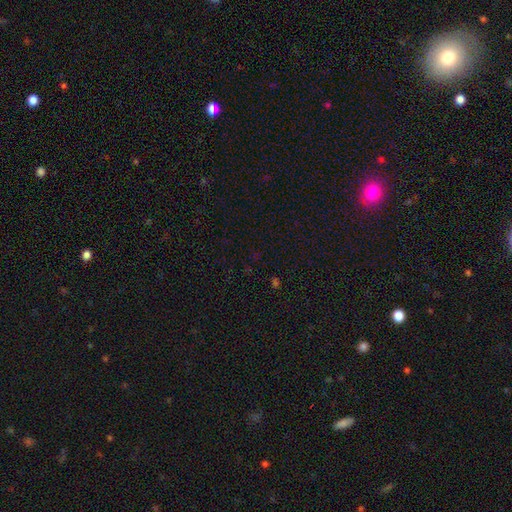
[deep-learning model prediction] Q: Smooth or featured?
A: star or artifact (65%); runner-up: smooth (28%)